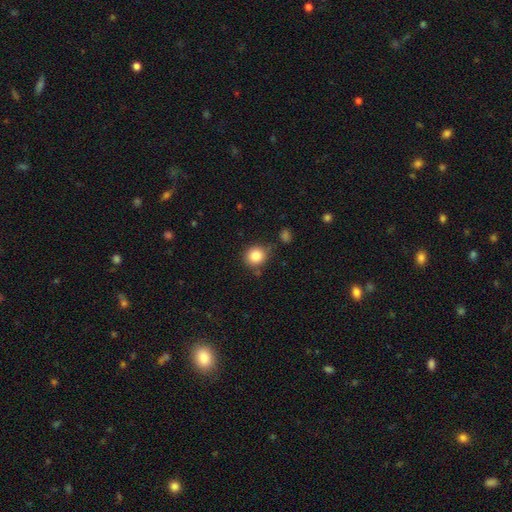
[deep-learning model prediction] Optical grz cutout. It shows a smooth galaxy with no disk features (85%) that is round (86%). Merging: none (78%).